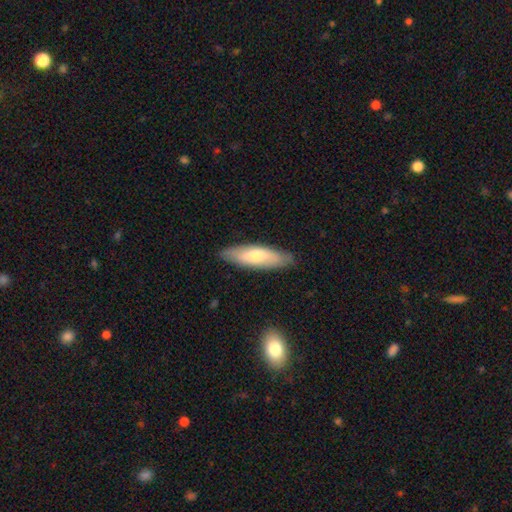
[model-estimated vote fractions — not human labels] A smooth galaxy with no disk features (63%) that is cigar-shaped (54%).

Vote fractions:
- Smooth or featured? smooth: 63% / featured or disk: 31% / star or artifact: 6%
- How rounded? cigar-shaped: 54% / in between: 44% / round: 2%
- Merging? none: 85% / minor disturbance: 11% / major disturbance: 2% / merger: 1%